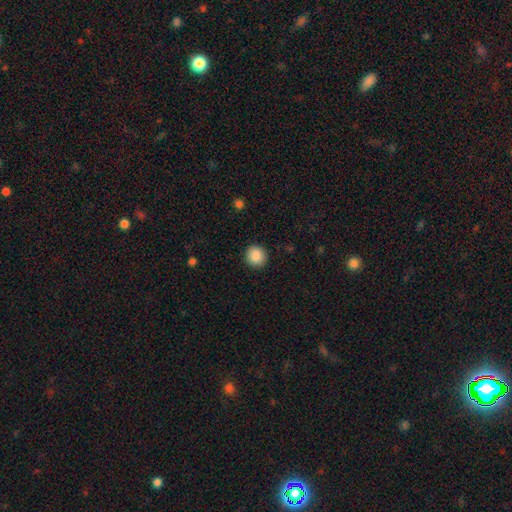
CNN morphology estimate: Q: Smooth or featured?
A: smooth (88%); runner-up: star or artifact (9%)
Q: How rounded?
A: round (89%); runner-up: in between (10%)
Q: Merging?
A: none (91%); runner-up: minor disturbance (6%)